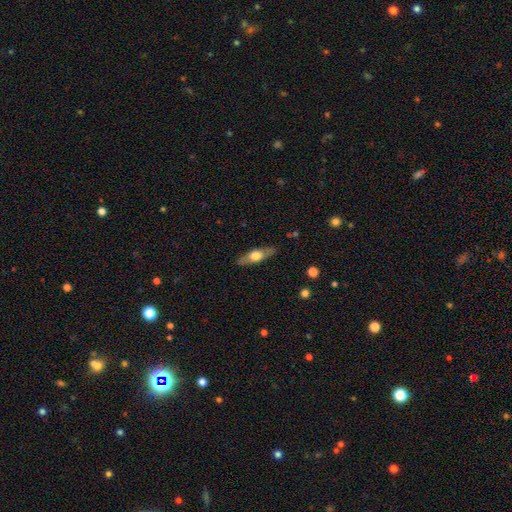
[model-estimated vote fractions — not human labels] A featured or disk galaxy (50%).

Vote fractions:
- Smooth or featured? featured or disk: 50% / smooth: 45% / star or artifact: 6%
- Merging? none: 86% / minor disturbance: 10% / major disturbance: 2% / merger: 1%